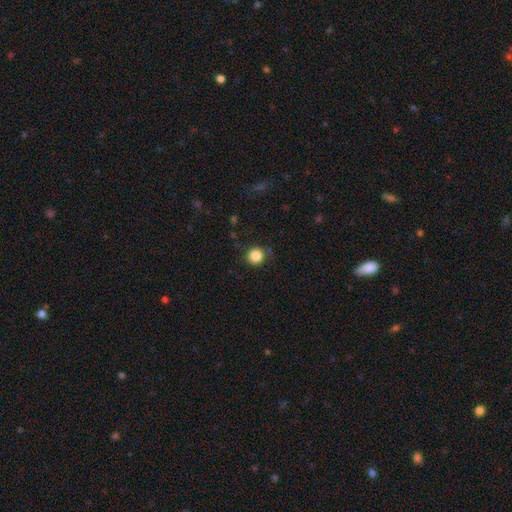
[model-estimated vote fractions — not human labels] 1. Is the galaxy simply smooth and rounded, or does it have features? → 85% smooth, 11% star or artifact, 4% featured or disk.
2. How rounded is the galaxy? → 95% round, 4% in between, 1% cigar-shaped.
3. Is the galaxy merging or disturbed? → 88% none, 8% minor disturbance, 3% major disturbance, 1% merger.